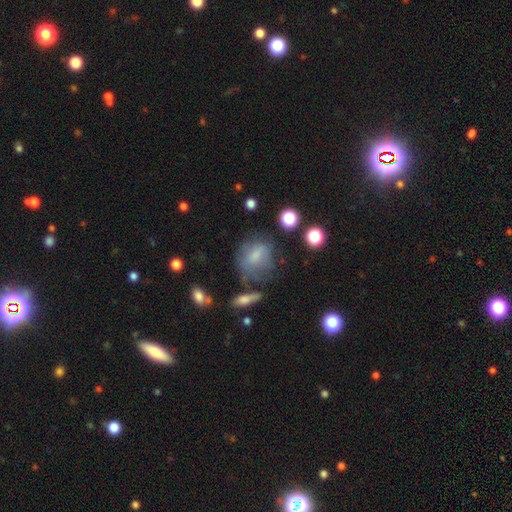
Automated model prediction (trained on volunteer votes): Smooth or featured? Predicted: smooth (p=0.65). How rounded? Predicted: round (p=0.52). Merging? Predicted: none (p=0.52).